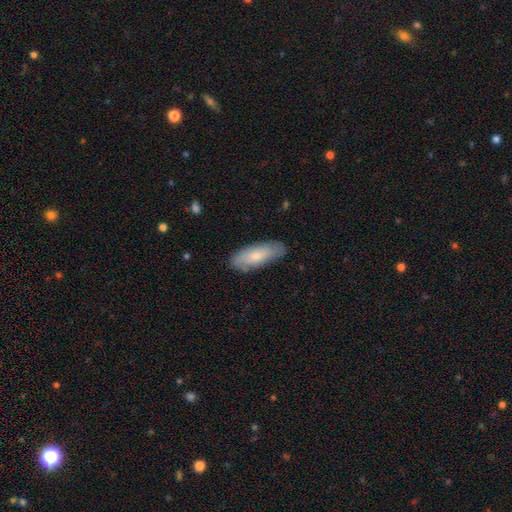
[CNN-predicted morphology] The model was most divided on "how rounded": in between: 68%, cigar-shaped: 30%, round: 2%. More confident: merging — none (82%); smooth or featured — smooth (73%).